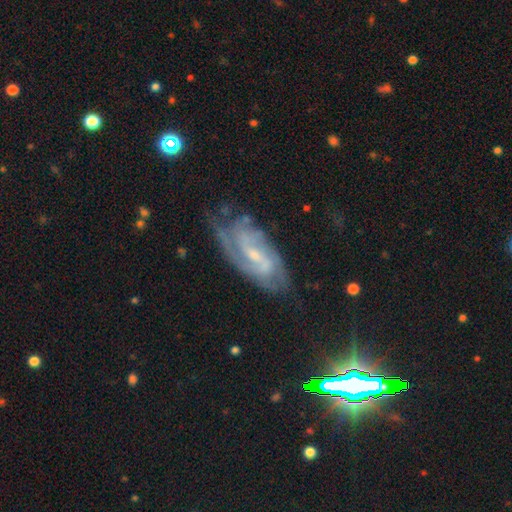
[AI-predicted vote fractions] Morphology: type=featured or disk (84%); edge-on=no (94%); bar=weak (52%); spiral arms=yes (96%); winding=tight (45%); arm count=2 (56%); bulge=small (67%); merging=none (65%).